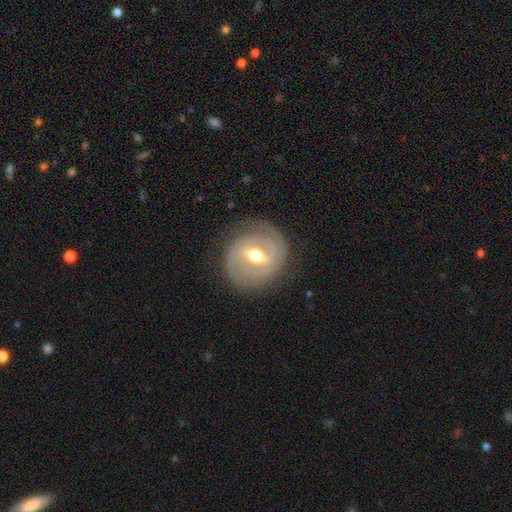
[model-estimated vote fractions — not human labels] Morphology: type=featured or disk (82%); edge-on=no (95%); bar=strong (47%); spiral arms=yes (82%); winding=tight (64%); arm count=2 (69%); bulge=moderate (75%); merging=none (81%).